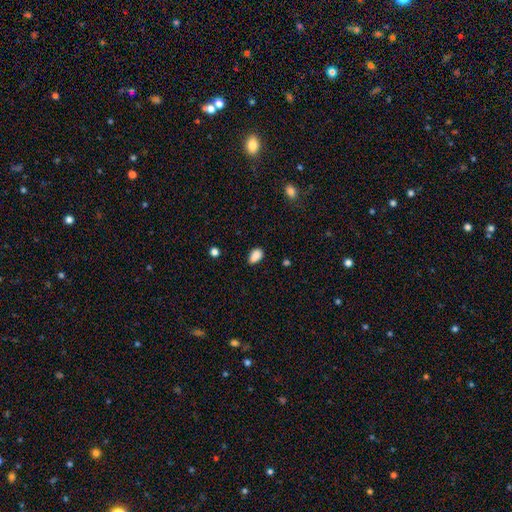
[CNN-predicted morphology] smooth_or_featured: smooth (p=0.88) [alt: star or artifact p=0.09]
how_rounded: in between (p=0.88) [alt: round p=0.10]
merging: none (p=0.77) [alt: minor disturbance p=0.17]